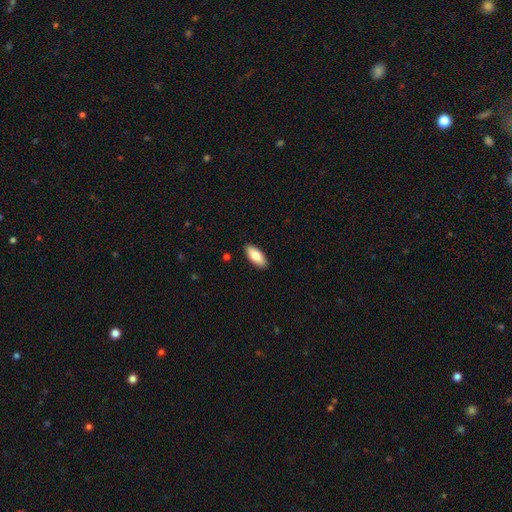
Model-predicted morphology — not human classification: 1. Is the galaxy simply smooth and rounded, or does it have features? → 81% smooth, 13% featured or disk, 6% star or artifact.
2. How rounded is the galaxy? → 84% in between, 14% cigar-shaped, 2% round.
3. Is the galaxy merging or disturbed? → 90% none, 8% minor disturbance, 2% major disturbance, 1% merger.